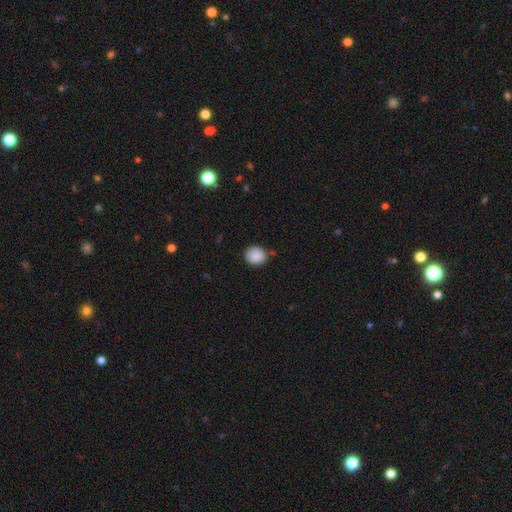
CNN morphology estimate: A smooth galaxy with no disk features (88%) that is round (83%). Merging: none (81%).